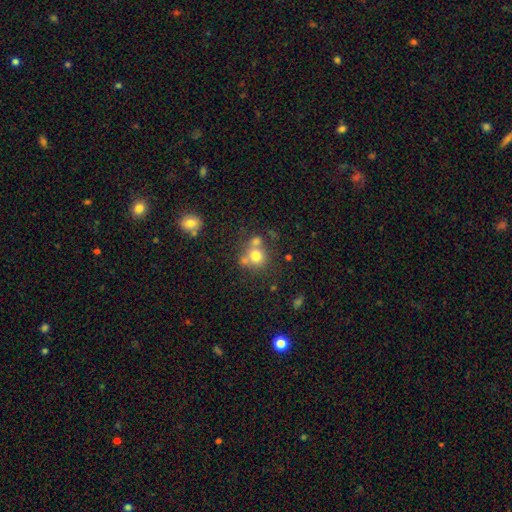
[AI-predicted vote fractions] smooth 71%, featured or disk 15%, star or artifact 14%. Down the decision tree: how rounded — round (83%); merging — none (49%).